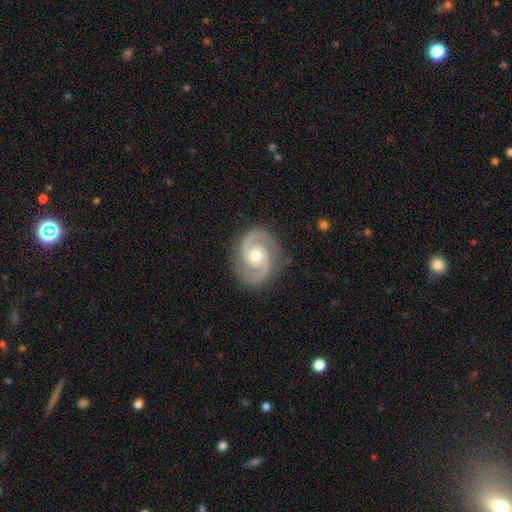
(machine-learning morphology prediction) Smooth or featured? Predicted: featured or disk (p=0.93). Edge-on disk? Predicted: no (p=0.98). Bar? Predicted: no (p=0.65). Spiral arms? Predicted: yes (p=0.99). Spiral winding? Predicted: medium (p=0.54). Spiral arm count? Predicted: 2 (p=0.95). Bulge size? Predicted: moderate (p=0.71). Merging? Predicted: none (p=0.87).